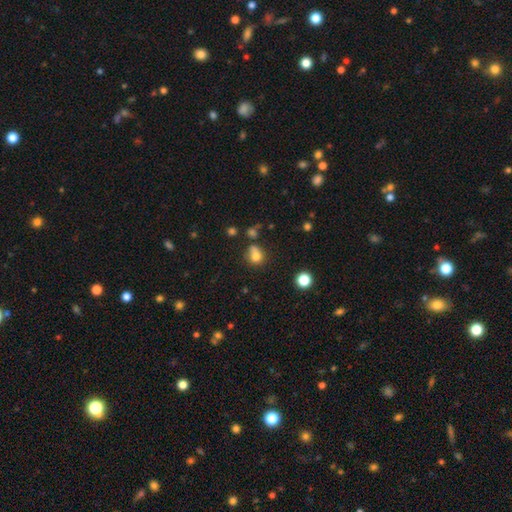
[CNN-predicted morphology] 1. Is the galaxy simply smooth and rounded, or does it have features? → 76% smooth, 14% star or artifact, 10% featured or disk.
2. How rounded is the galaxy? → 67% round, 32% in between, 1% cigar-shaped.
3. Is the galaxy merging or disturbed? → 46% none, 22% minor disturbance, 20% merger, 12% major disturbance.